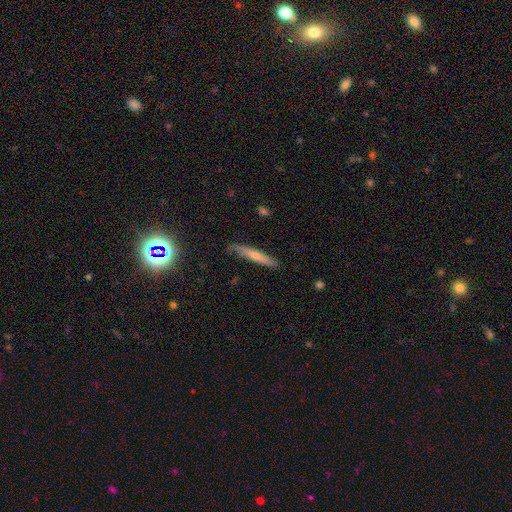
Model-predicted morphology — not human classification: A smooth galaxy with no disk features (62%) that is cigar-shaped (94%). Merging: none (80%).